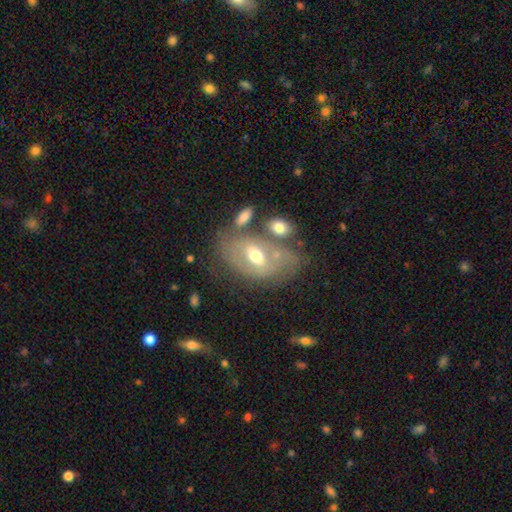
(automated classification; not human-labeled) This is likely a featured or disk galaxy (61%). It is clearly not viewed edge-on (92%). Bar: marginally no (43%). Spiral arm pattern: possibly no (52%). Central bulge: likely moderate (68%). Merging: possibly none (50%).